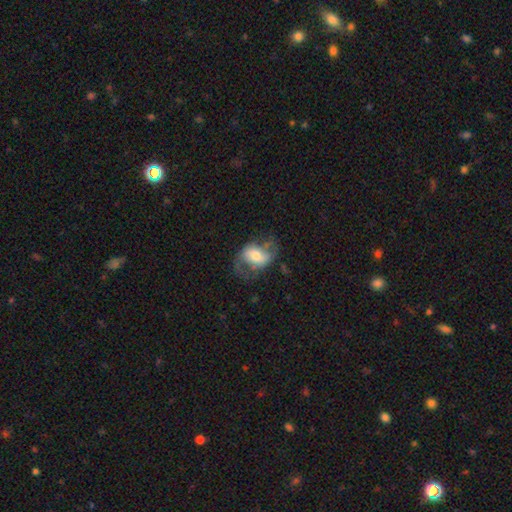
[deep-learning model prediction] Smooth or featured? Predicted: featured or disk (p=0.51). Edge-on disk? Predicted: no (p=0.94). Merging? Predicted: none (p=0.49).